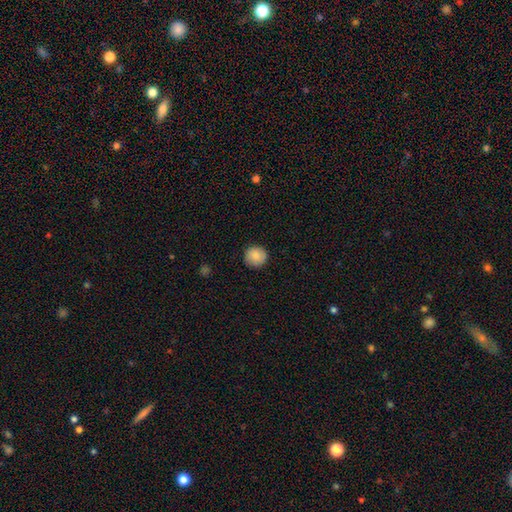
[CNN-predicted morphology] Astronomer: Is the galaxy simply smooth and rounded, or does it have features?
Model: smooth — 87%.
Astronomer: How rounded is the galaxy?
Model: round — 94%.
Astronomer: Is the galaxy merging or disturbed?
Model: none — 90%.